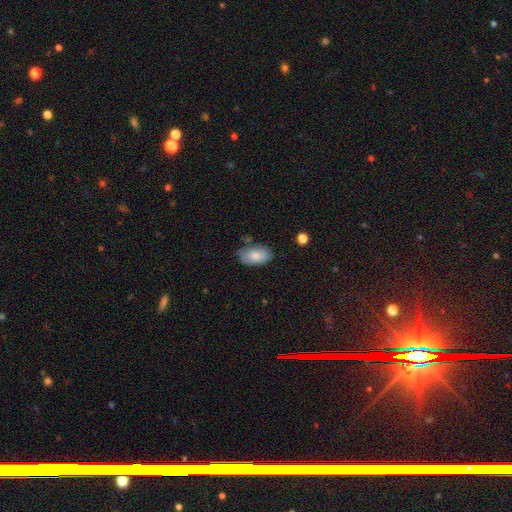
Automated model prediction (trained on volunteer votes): Smooth or featured? Predicted: smooth (p=0.77). How rounded? Predicted: in between (p=0.94). Merging? Predicted: none (p=0.67).